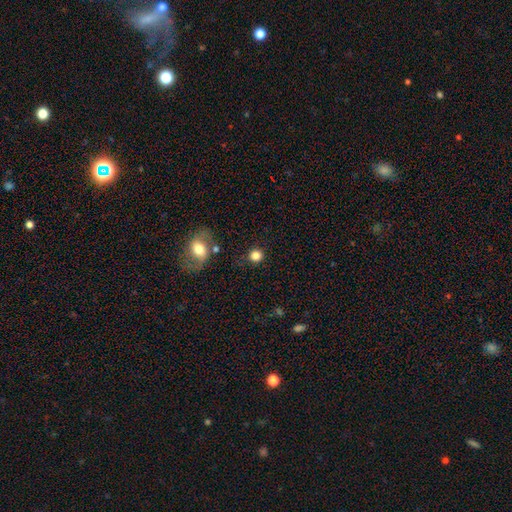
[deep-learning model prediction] A smooth galaxy with no disk features (84%) that is round (88%).

Vote fractions:
- Smooth or featured? smooth: 84% / star or artifact: 10% / featured or disk: 6%
- How rounded? round: 88% / in between: 11% / cigar-shaped: 1%
- Merging? none: 80% / minor disturbance: 10% / merger: 6% / major disturbance: 4%